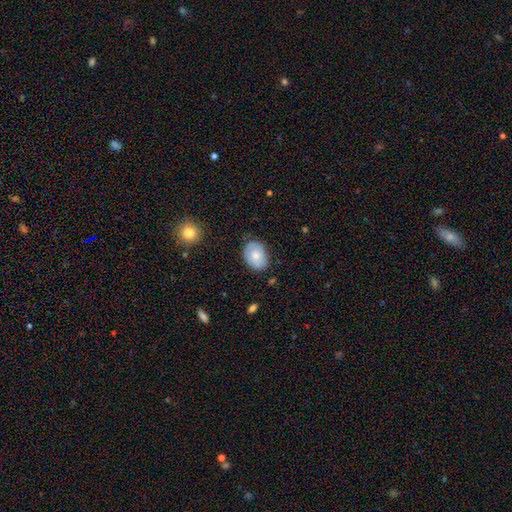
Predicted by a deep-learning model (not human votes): smooth-or-featured: smooth: 69% | featured or disk: 24% | star or artifact: 7%
  how-rounded: in between: 76% | round: 23% | cigar-shaped: 1%
  merging: none: 76% | minor disturbance: 19% | major disturbance: 4% | merger: 1%